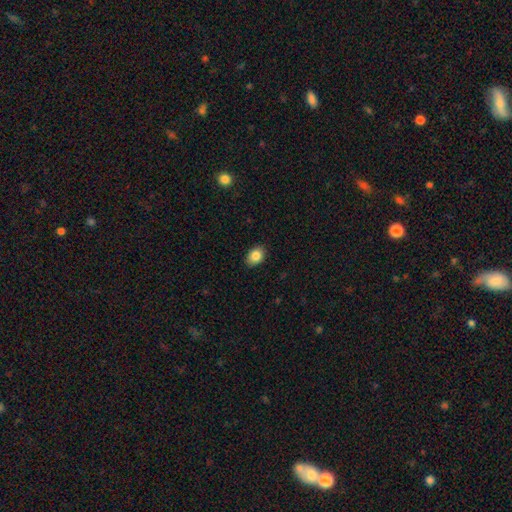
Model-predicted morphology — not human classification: smooth 86%, star or artifact 8%, featured or disk 6%. Down the decision tree: how rounded — in between (72%); merging — none (88%).